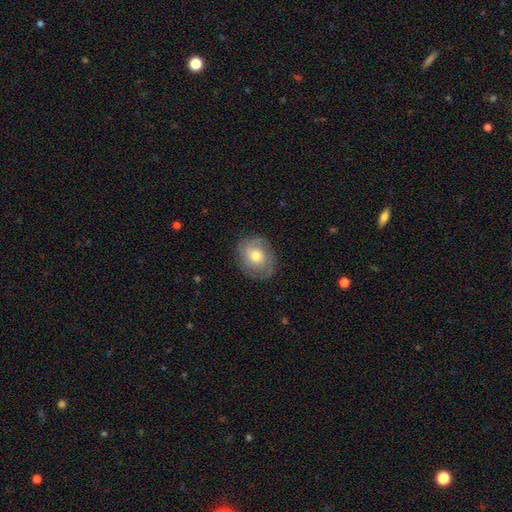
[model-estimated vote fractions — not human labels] Q: Smooth or featured?
A: featured or disk (49%); runner-up: smooth (44%)
Q: Merging?
A: none (78%); runner-up: minor disturbance (16%)